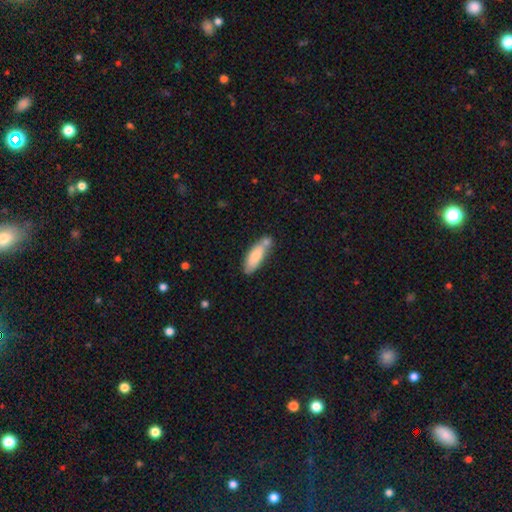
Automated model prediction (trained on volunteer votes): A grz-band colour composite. It shows a smooth galaxy with no disk features (80%) that is in between round and cigar-shaped (56%). Merging: none (52%).